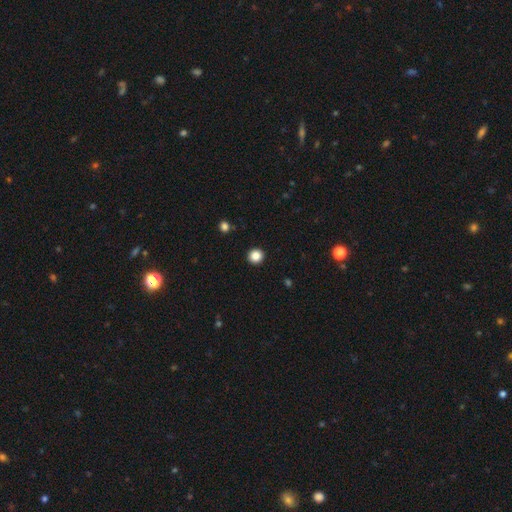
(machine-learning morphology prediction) Q: Smooth or featured?
A: smooth (86%); runner-up: star or artifact (11%)
Q: How rounded?
A: round (93%); runner-up: in between (6%)
Q: Merging?
A: none (93%); runner-up: minor disturbance (4%)